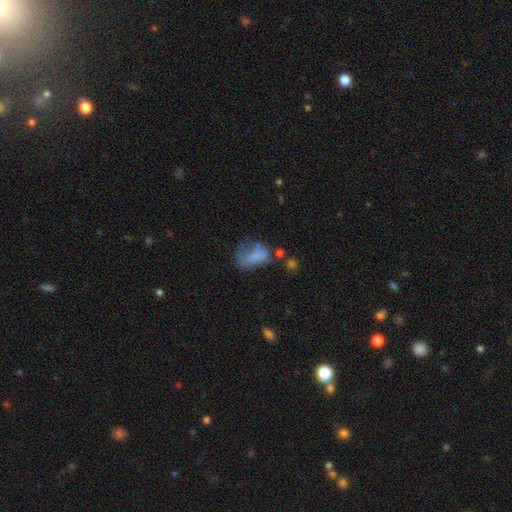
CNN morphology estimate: Smooth or featured? smooth (63%)
How rounded? in between (84%)
Merging? major disturbance (40%)